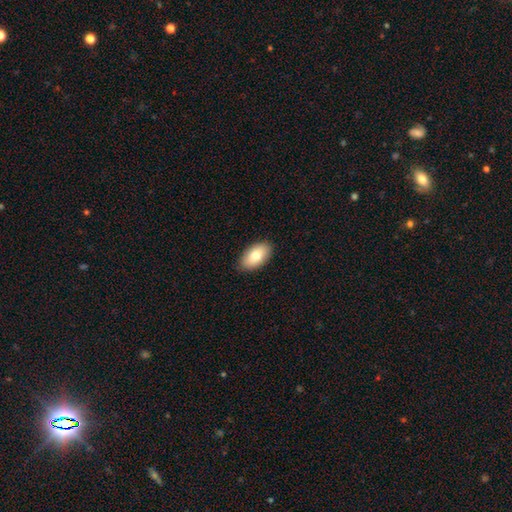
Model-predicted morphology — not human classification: Smooth or featured? Predicted: smooth (p=0.78). How rounded? Predicted: in between (p=0.94). Merging? Predicted: none (p=0.89).